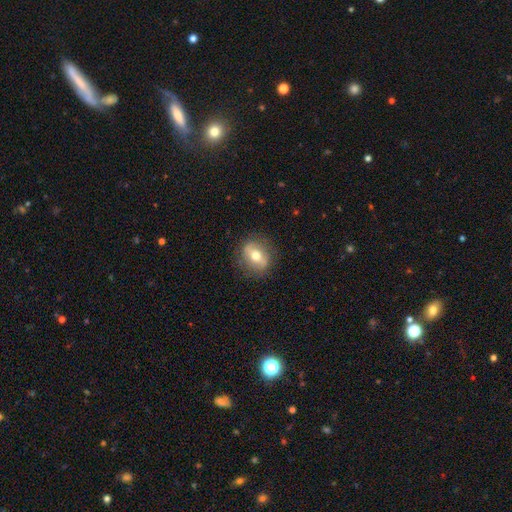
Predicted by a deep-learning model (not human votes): smooth-or-featured: smooth: 50% | featured or disk: 42% | star or artifact: 8%
  merging: none: 82% | minor disturbance: 12% | major disturbance: 4% | merger: 1%